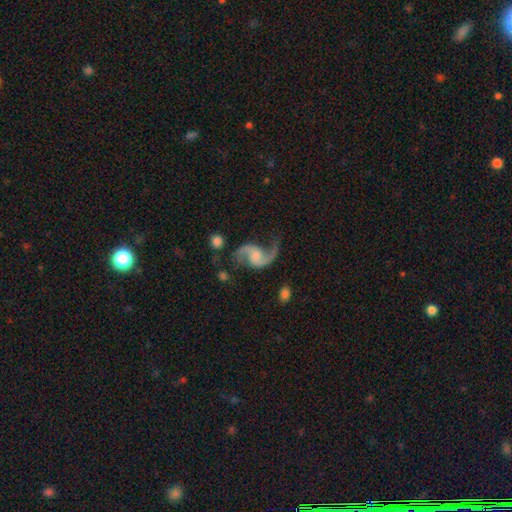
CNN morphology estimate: A featured or disk galaxy (92%) with no bar (53%), 2 (93%) loose (70%) spiral arms (98%) and a small central bulge (39%). Merging: none (68%).